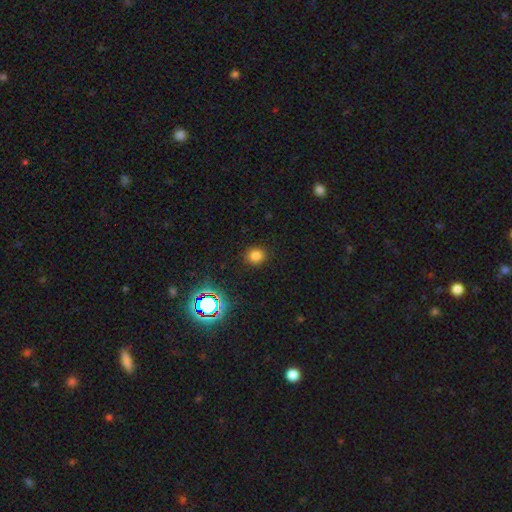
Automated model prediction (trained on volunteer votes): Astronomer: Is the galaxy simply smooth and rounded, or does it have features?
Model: smooth — 77%.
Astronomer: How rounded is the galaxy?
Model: round — 87%.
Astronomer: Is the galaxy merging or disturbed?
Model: none — 90%.